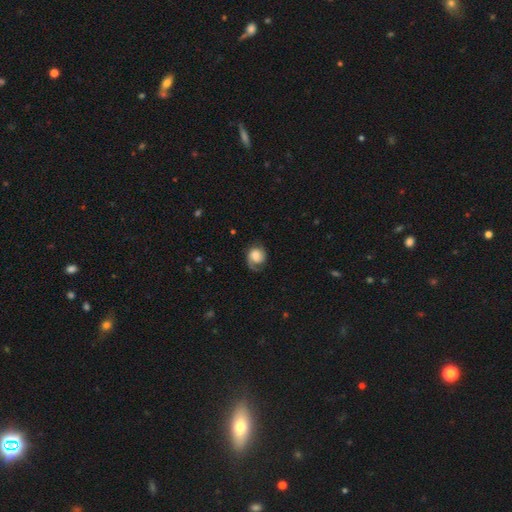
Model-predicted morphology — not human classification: smooth-or-featured: featured or disk: 55% | smooth: 37% | star or artifact: 8%
  disk-edge-on: no: 97% | yes: 3%
    bar: no: 66% | weak: 28% | strong: 5%
    has-spiral-arms: yes: 91% | no: 9%
    bulge-size: large: 34% | moderate: 29% | small: 18% | none: 11% | dominant: 8%
  merging: none: 58% | minor disturbance: 24% | major disturbance: 17% | merger: 1%